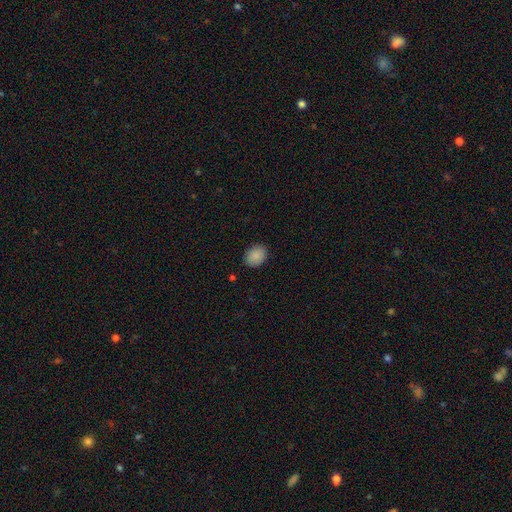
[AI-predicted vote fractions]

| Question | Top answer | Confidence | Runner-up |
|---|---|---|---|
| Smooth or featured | smooth | 88% | star or artifact (8%) |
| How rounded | in between | 63% | round (36%) |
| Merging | none | 87% | minor disturbance (10%) |